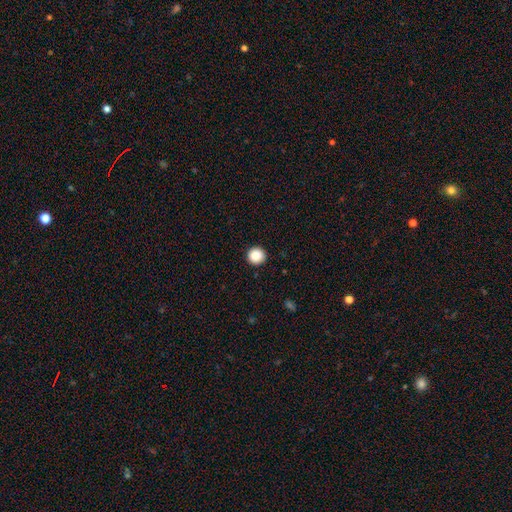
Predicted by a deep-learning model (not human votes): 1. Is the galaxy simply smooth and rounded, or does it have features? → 88% smooth, 9% star or artifact, 3% featured or disk.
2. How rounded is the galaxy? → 96% round, 3% in between, 1% cigar-shaped.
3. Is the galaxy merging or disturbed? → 93% none, 5% minor disturbance, 2% major disturbance, 1% merger.